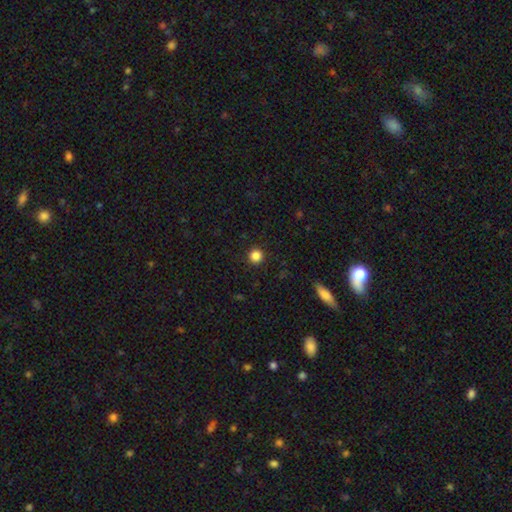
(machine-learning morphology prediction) smooth_or_featured: smooth (p=0.85) [alt: star or artifact p=0.12]
how_rounded: round (p=0.95) [alt: in between p=0.04]
merging: none (p=0.92) [alt: minor disturbance p=0.05]